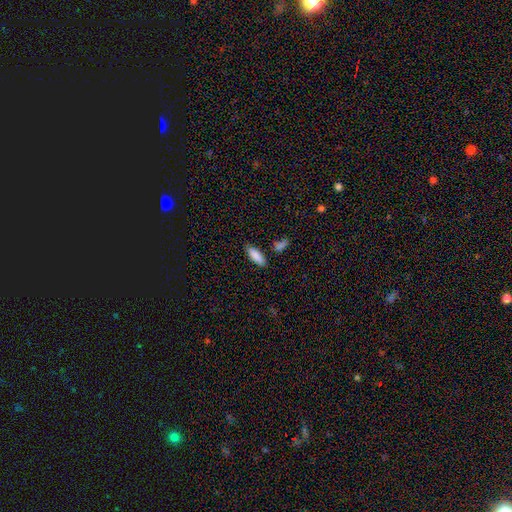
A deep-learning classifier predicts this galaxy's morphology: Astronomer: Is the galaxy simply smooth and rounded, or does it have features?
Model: smooth — 87%.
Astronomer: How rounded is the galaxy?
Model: in between — 69%.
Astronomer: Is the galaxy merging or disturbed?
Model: none — 82%.